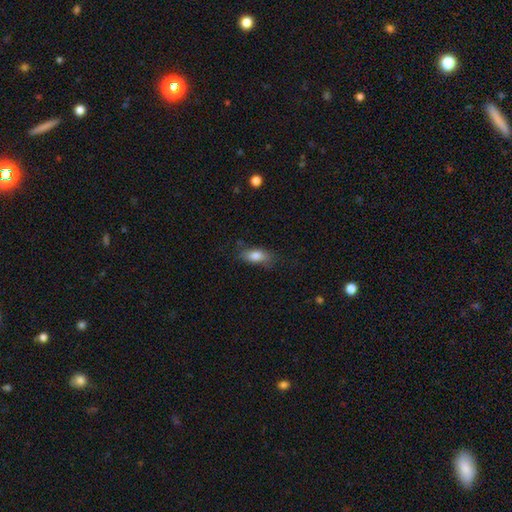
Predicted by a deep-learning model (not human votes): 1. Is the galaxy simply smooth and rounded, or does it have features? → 80% smooth, 13% featured or disk, 7% star or artifact.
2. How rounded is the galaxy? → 82% in between, 14% cigar-shaped, 4% round.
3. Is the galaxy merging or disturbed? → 68% none, 23% minor disturbance, 7% major disturbance, 2% merger.